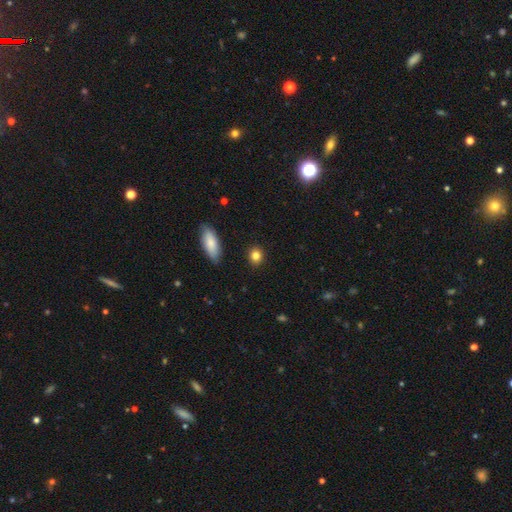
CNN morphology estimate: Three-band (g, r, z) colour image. It shows a smooth galaxy with no disk features (84%) that is round (74%). Merging: none (90%).